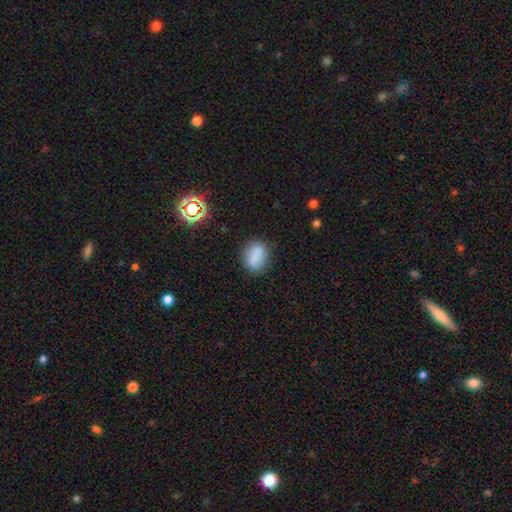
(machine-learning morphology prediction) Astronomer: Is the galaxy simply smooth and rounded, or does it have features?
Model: smooth — 82%.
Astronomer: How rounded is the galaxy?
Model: in between — 71%.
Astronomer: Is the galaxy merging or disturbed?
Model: none — 77%.